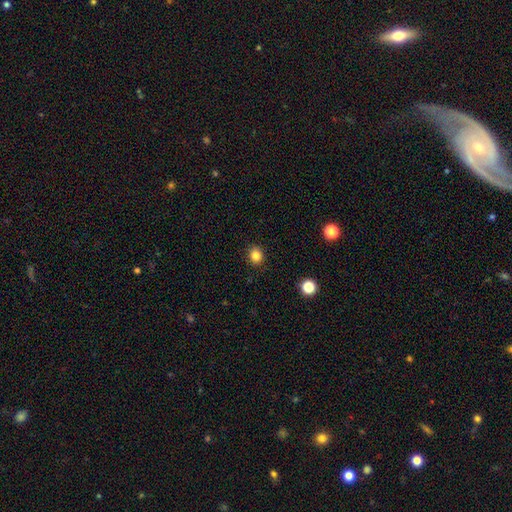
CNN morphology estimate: Q: Smooth or featured?
A: smooth (83%); runner-up: star or artifact (12%)
Q: How rounded?
A: round (75%); runner-up: in between (24%)
Q: Merging?
A: none (90%); runner-up: minor disturbance (7%)